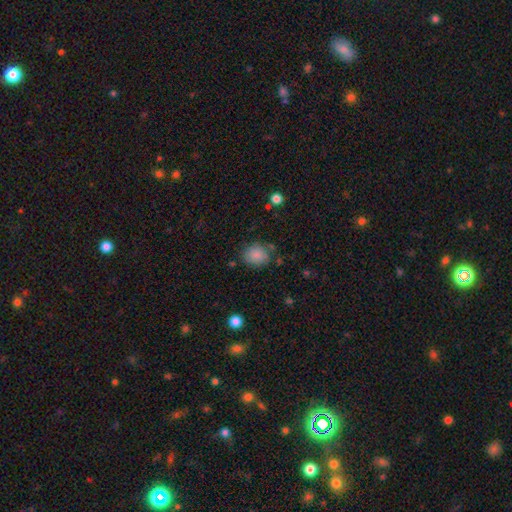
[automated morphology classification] smooth_or_featured: smooth (p=0.86) [alt: star or artifact p=0.09]
how_rounded: round (p=0.63) [alt: in between p=0.37]
merging: none (p=0.73) [alt: minor disturbance p=0.17]